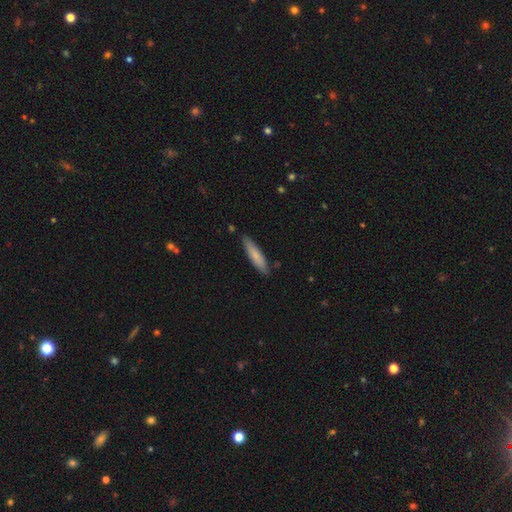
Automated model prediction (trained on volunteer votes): Smooth or featured? Predicted: smooth (p=0.75). How rounded? Predicted: cigar-shaped (p=0.83). Merging? Predicted: none (p=0.85).